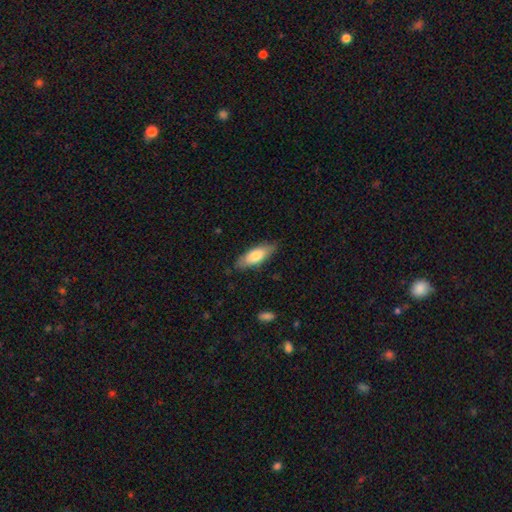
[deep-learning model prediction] This is likely a smooth galaxy (74%). How rounded: likely in between (66%). Merging: clearly none (82%).